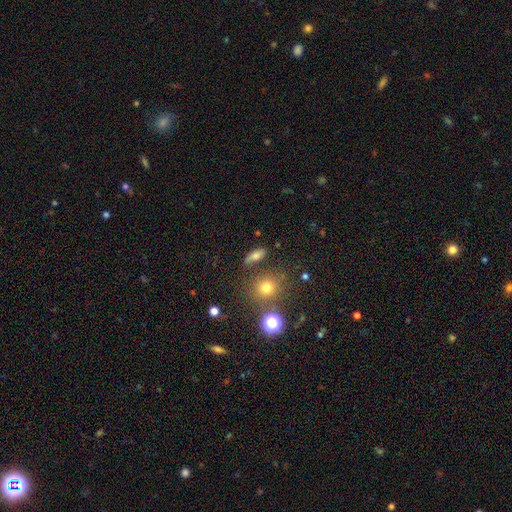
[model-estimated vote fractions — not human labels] This appears to be a smooth galaxy with no disk features (67%) that is in between round and cigar-shaped (60%). Merging: none (71%).